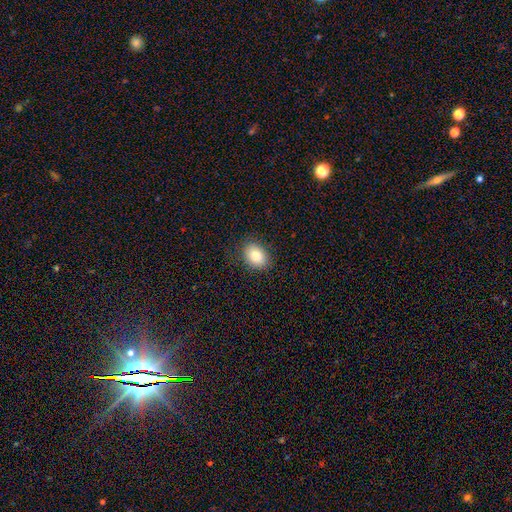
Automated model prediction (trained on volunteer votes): Morphology: type=smooth (82%); roundness=in between (69%); merging=none (87%).